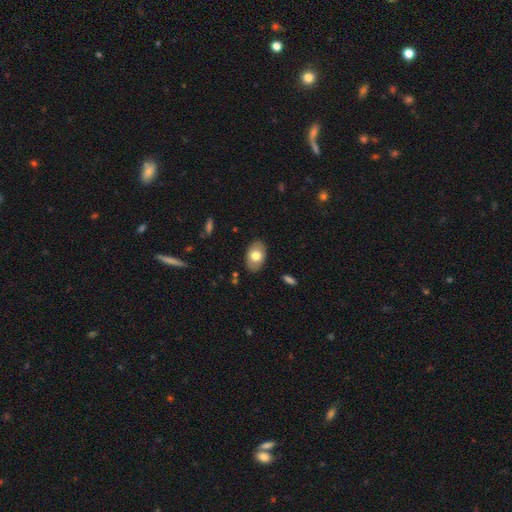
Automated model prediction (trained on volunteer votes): The model was most divided on "smooth or featured": smooth: 73%, featured or disk: 20%, star or artifact: 7%. More confident: how rounded — in between (87%); merging — none (86%).